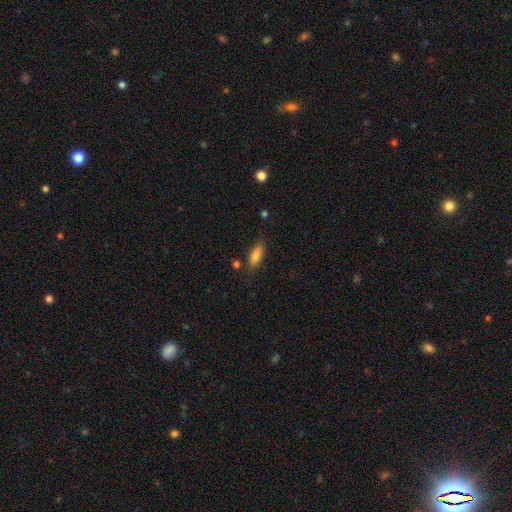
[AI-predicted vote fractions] smooth_or_featured: smooth (p=0.79) [alt: featured or disk p=0.14]
how_rounded: in between (p=0.62) [alt: cigar-shaped p=0.36]
merging: none (p=0.81) [alt: minor disturbance p=0.13]